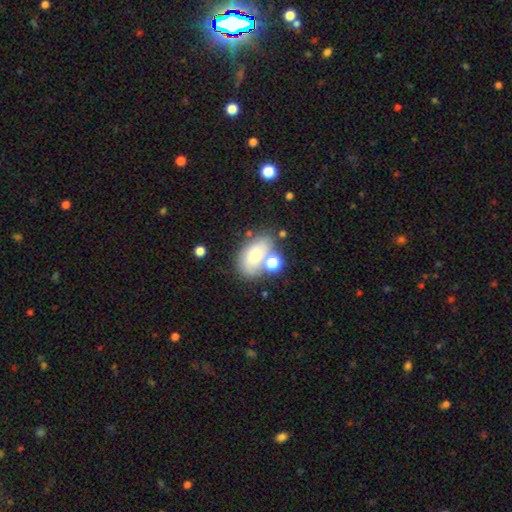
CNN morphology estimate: Smooth or featured? smooth (64%)
How rounded? in between (81%)
Merging? none (54%)